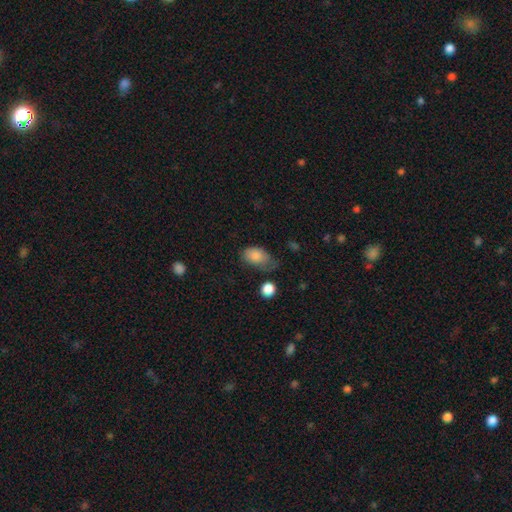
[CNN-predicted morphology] Overall: smooth (83%). How rounded: in between (89%). Merging: none (40%; minor disturbance 39%).